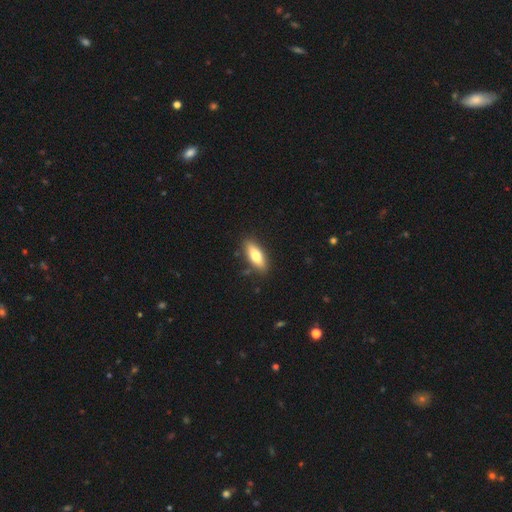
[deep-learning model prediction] A smooth galaxy with no disk features (73%) that is in between round and cigar-shaped (68%).

Vote fractions:
- Smooth or featured? smooth: 73% / featured or disk: 21% / star or artifact: 6%
- How rounded? in between: 68% / cigar-shaped: 30% / round: 2%
- Merging? none: 85% / minor disturbance: 11% / major disturbance: 2% / merger: 2%